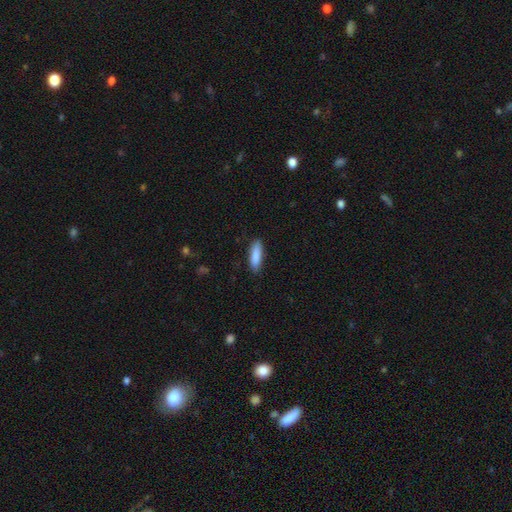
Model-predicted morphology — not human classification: type=smooth (88%); roundness=cigar-shaped (56%); merging=none (86%).